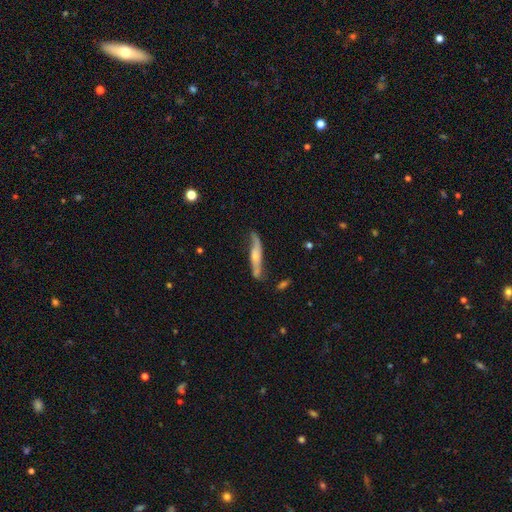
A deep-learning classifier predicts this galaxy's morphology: Smooth or featured?
  - featured or disk: 53% *
  - smooth: 41%
  - star or artifact: 6%
Edge-on disk?
  - yes: 65% *
  - no: 35%
Merging?
  - none: 54% *
  - minor disturbance: 28%
  - major disturbance: 11%
  - merger: 7%